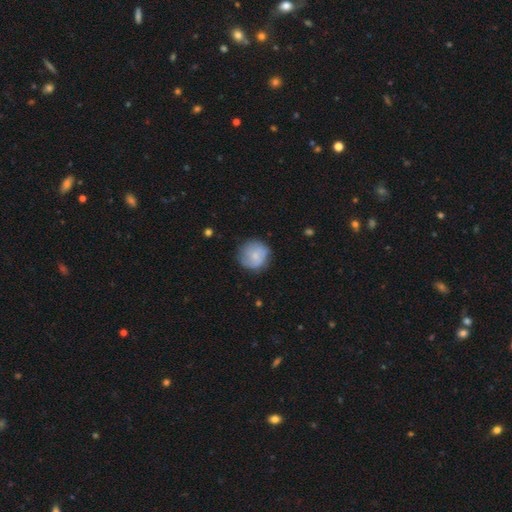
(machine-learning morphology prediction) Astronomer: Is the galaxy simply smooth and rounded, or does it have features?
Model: smooth — 62%.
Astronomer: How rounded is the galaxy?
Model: round — 92%.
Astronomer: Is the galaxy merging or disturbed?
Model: none — 73%.